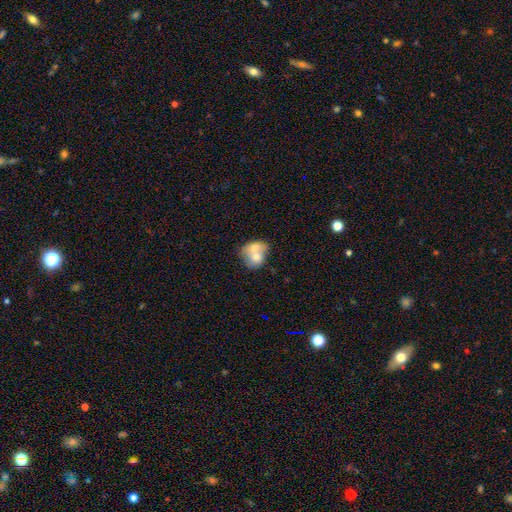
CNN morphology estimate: A smooth galaxy with no disk features (63%) that is round (54%).

Vote fractions:
- Smooth or featured? smooth: 63% / featured or disk: 30% / star or artifact: 7%
- How rounded? round: 54% / in between: 45% / cigar-shaped: 1%
- Merging? merger: 71% / none: 18% / minor disturbance: 7% / major disturbance: 4%